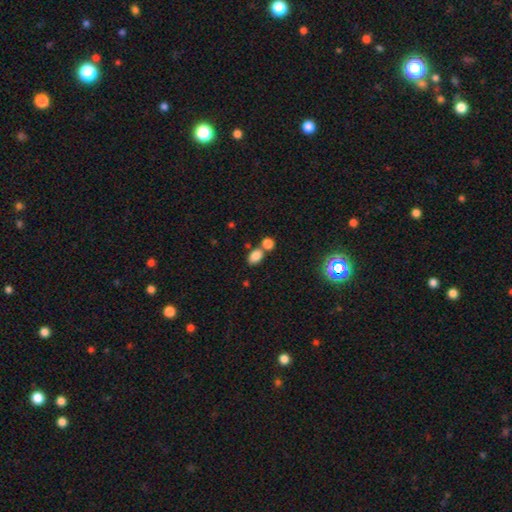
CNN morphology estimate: Smooth or featured? smooth (83%)
How rounded? in between (82%)
Merging? none (53%)